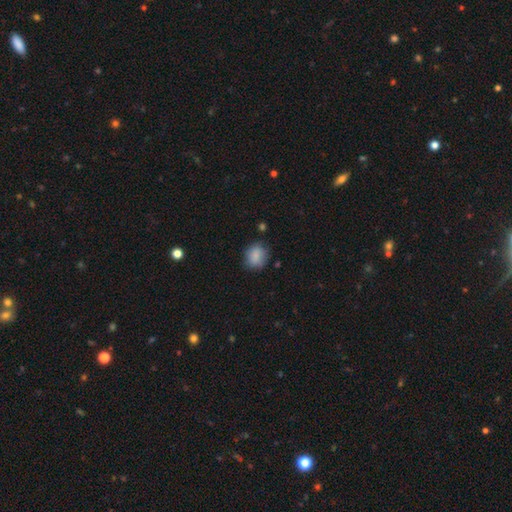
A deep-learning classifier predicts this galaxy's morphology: Smooth or featured: smooth — 85% (star or artifact — 8%)
How rounded: round — 62% (in between — 37%)
Merging: none — 76% (minor disturbance — 18%)